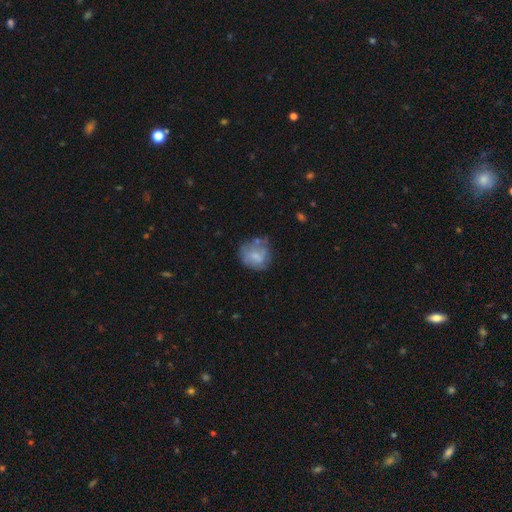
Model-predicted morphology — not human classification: smooth-or-featured: smooth: 60% | featured or disk: 31% | star or artifact: 9%
  how-rounded: round: 75% | in between: 24% | cigar-shaped: 1%
  merging: none: 50% | minor disturbance: 27% | major disturbance: 16% | merger: 7%